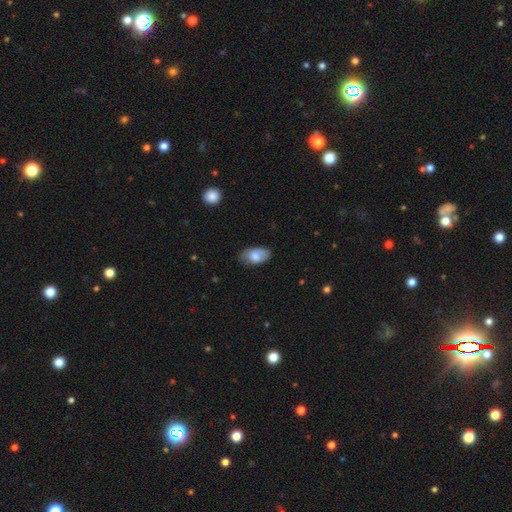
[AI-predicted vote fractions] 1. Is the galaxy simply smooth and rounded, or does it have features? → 77% smooth, 16% featured or disk, 7% star or artifact.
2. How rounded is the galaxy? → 93% in between, 5% round, 2% cigar-shaped.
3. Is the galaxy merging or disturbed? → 65% none, 27% minor disturbance, 6% major disturbance, 2% merger.